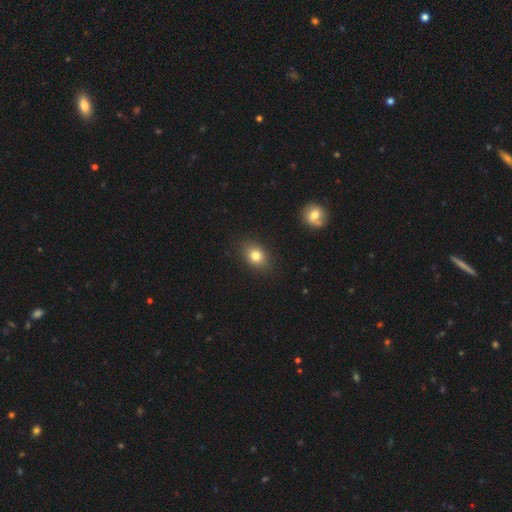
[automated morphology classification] Smooth or featured? smooth (80%)
How rounded? in between (65%)
Merging? none (86%)